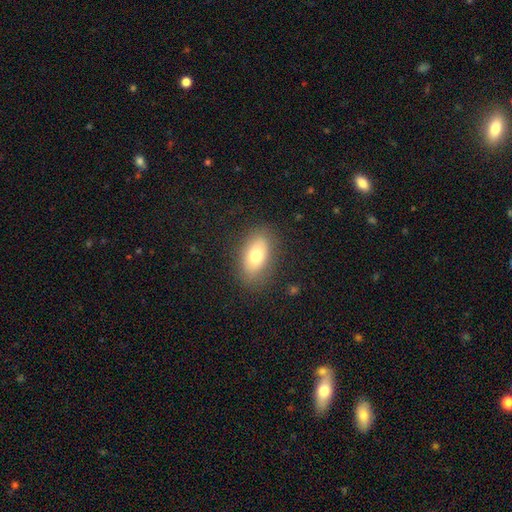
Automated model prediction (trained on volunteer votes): This is likely a smooth galaxy (74%). How rounded: clearly in between (89%). Merging: clearly none (83%).